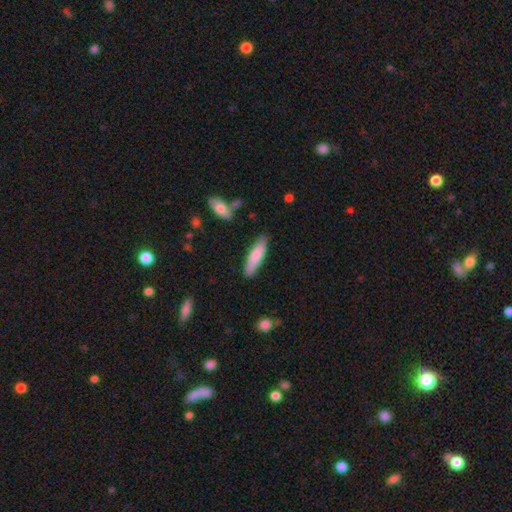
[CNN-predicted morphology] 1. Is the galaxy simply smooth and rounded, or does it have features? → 82% smooth, 13% featured or disk, 5% star or artifact.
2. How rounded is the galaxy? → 70% cigar-shaped, 29% in between, 1% round.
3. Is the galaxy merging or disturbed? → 84% none, 12% minor disturbance, 2% major disturbance, 2% merger.